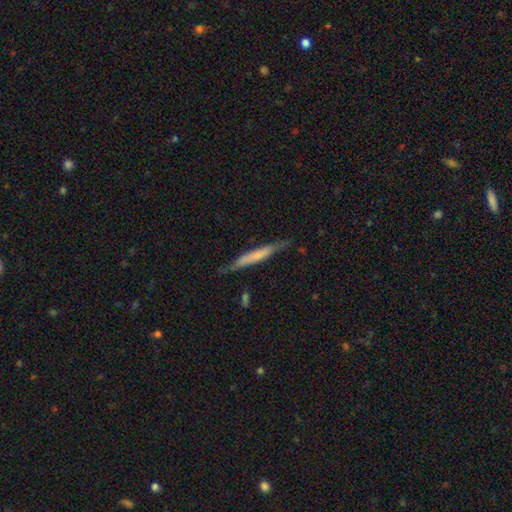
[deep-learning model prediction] This appears to be a smooth galaxy with no disk features (51%) that is cigar-shaped (95%). Merging: none (77%).